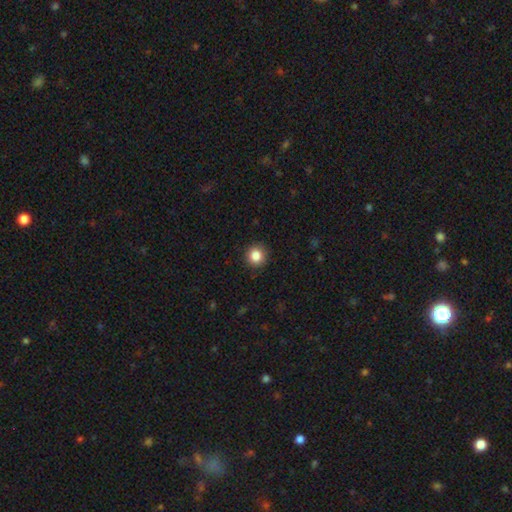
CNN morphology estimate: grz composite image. It shows a smooth galaxy with no disk features (85%) that is round (94%). Merging: none (92%).